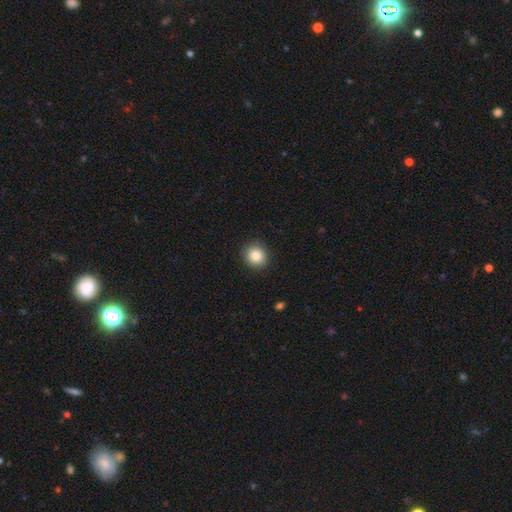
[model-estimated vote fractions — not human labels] smooth 84%, star or artifact 10%, featured or disk 7%. Down the decision tree: how rounded — round (83%); merging — none (89%).